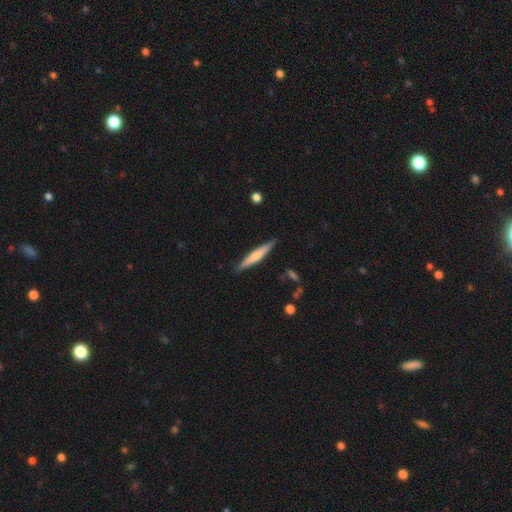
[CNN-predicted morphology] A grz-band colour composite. It shows a smooth galaxy with no disk features (52%) that is cigar-shaped (93%). Merging: none (88%).